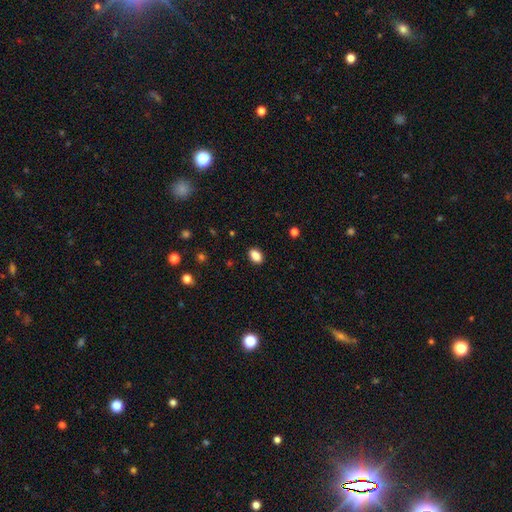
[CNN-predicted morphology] Overall: smooth (86%). How rounded: in between (86%). Merging: none (89%).